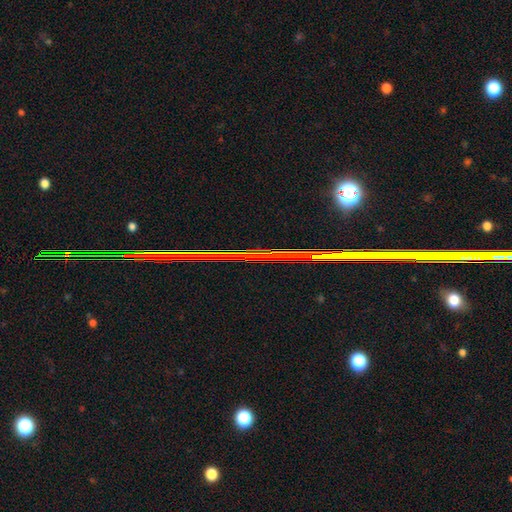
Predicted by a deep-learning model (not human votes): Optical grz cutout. It shows a star or artifact, not a galaxy (77%).